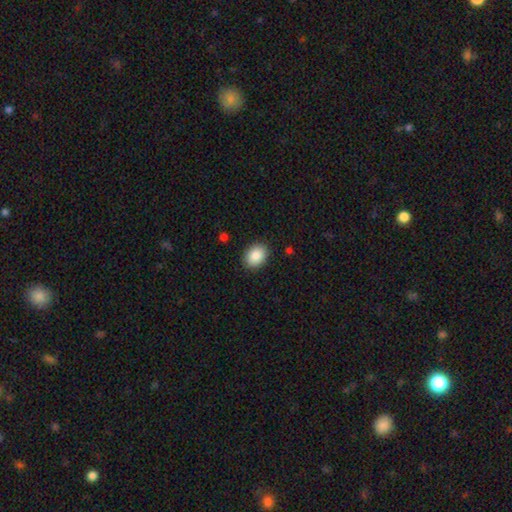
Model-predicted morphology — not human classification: type=smooth (89%); roundness=in between (68%); merging=none (89%).